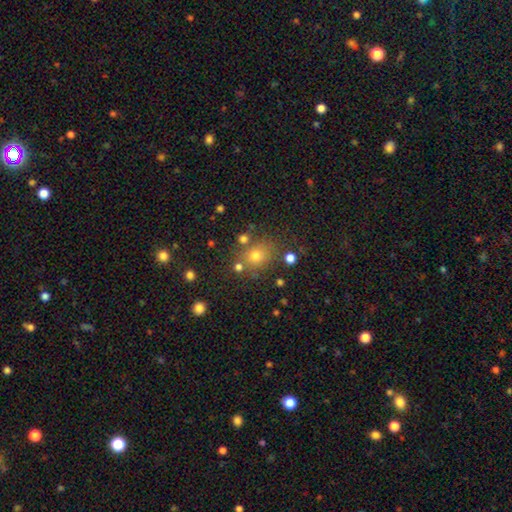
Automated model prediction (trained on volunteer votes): Overall: smooth (69%). How rounded: round (67%; in between 32%). Merging: none (74%).